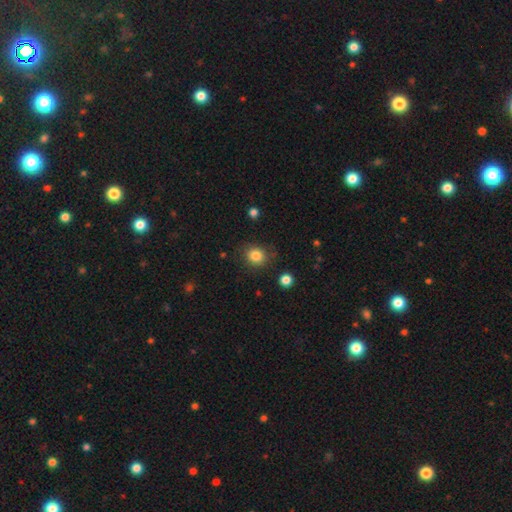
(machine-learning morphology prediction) The model was most divided on "how rounded": round: 81%, in between: 18%, cigar-shaped: 1%. More confident: smooth or featured — smooth (84%); merging — none (84%).